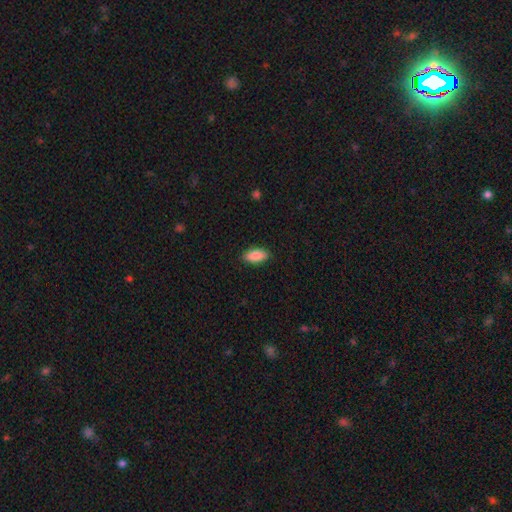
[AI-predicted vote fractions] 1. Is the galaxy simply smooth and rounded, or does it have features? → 88% smooth, 6% star or artifact, 5% featured or disk.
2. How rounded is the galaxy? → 91% in between, 6% cigar-shaped, 2% round.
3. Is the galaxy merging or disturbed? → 87% none, 10% minor disturbance, 2% major disturbance, 1% merger.